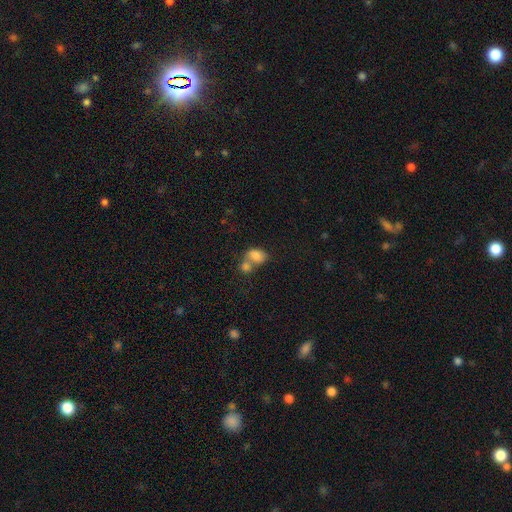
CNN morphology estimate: Smooth or featured: smooth — 81% (featured or disk — 10%)
How rounded: in between — 74% (round — 24%)
Merging: merger — 60% (none — 25%)